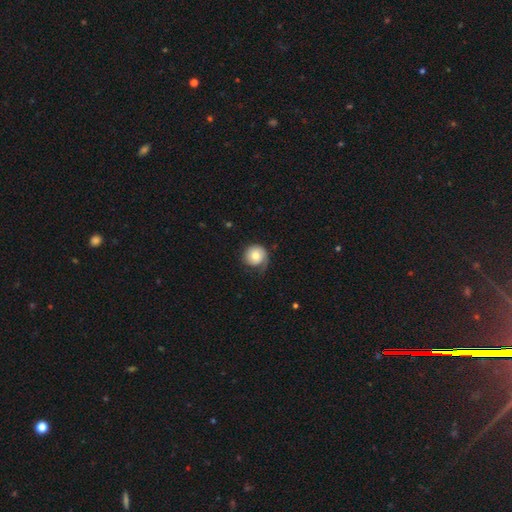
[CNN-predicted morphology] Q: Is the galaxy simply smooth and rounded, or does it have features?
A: smooth — 61%.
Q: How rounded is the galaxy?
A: round — 90%.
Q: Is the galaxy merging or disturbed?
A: none — 55%.